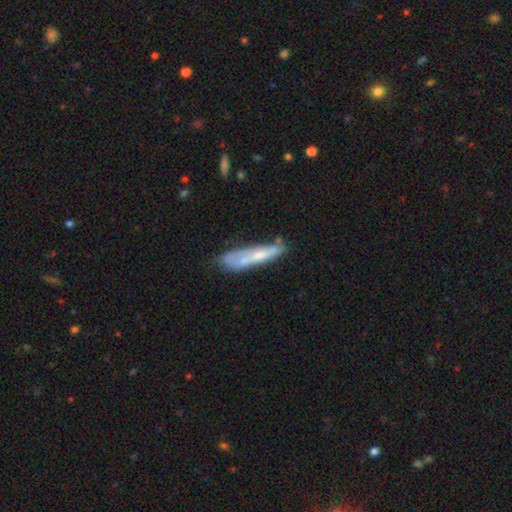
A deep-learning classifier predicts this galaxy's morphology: Smooth or featured? Predicted: smooth (p=0.48). Merging? Predicted: none (p=0.55).